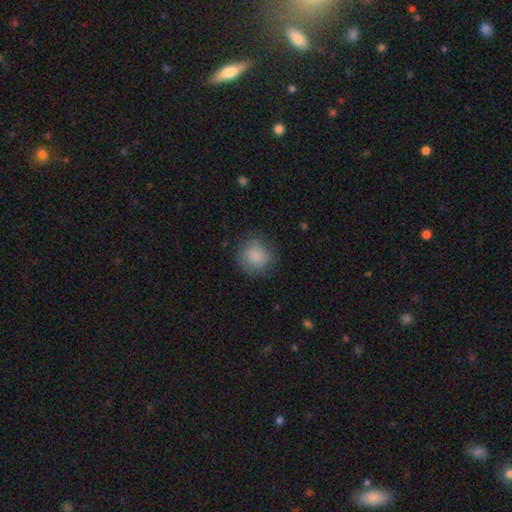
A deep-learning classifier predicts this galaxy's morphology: Q: Smooth or featured?
A: smooth (85%); runner-up: star or artifact (8%)
Q: How rounded?
A: round (89%); runner-up: in between (10%)
Q: Merging?
A: none (79%); runner-up: minor disturbance (15%)